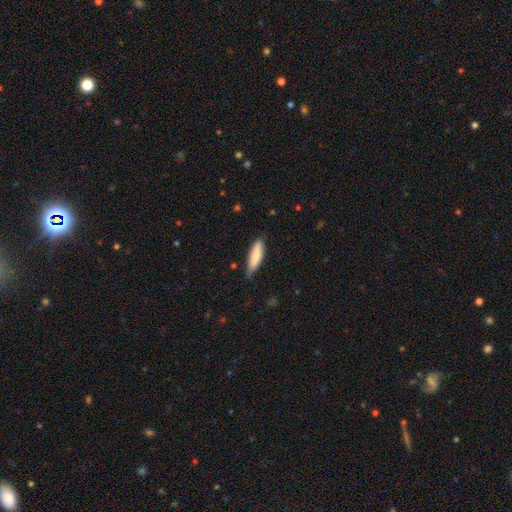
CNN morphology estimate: Q: Smooth or featured?
A: smooth (84%); runner-up: featured or disk (11%)
Q: How rounded?
A: cigar-shaped (57%); runner-up: in between (41%)
Q: Merging?
A: none (67%); runner-up: minor disturbance (28%)